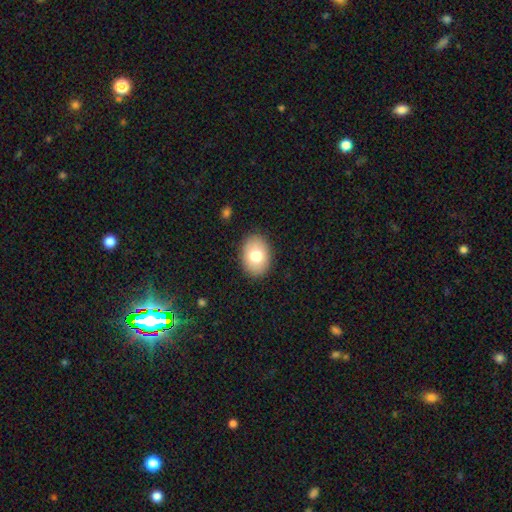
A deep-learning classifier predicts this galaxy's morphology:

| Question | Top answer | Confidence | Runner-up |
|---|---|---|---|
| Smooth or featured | smooth | 77% | featured or disk (15%) |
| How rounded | in between | 77% | round (22%) |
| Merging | none | 89% | minor disturbance (8%) |